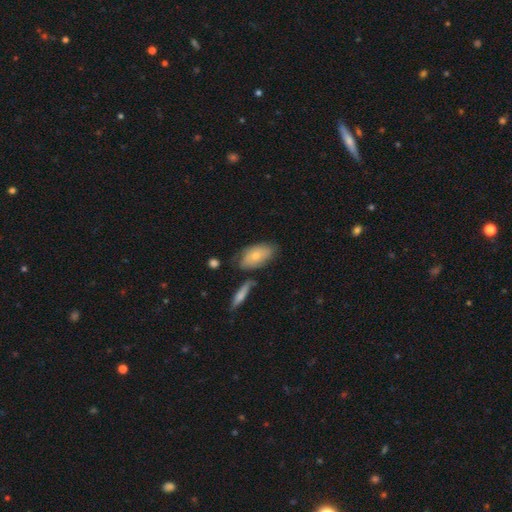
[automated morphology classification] smooth 69%, featured or disk 25%, star or artifact 6%. Down the decision tree: how rounded — in between (91%); merging — none (57%).